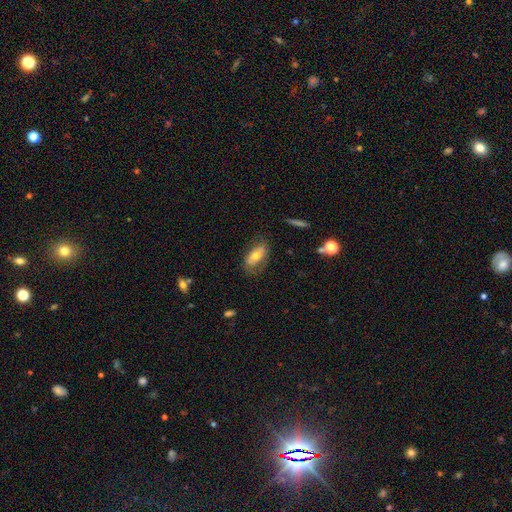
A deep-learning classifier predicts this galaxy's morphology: A smooth galaxy with no disk features (54%) that is in between round and cigar-shaped (88%). Merging: none (68%).